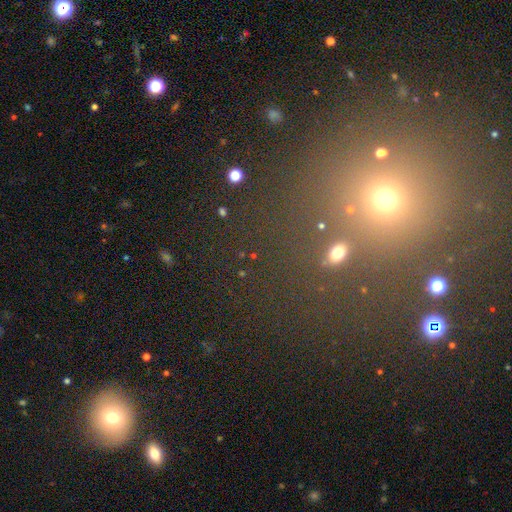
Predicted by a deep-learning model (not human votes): smooth-or-featured: star or artifact: 51% | smooth: 40% | featured or disk: 9%